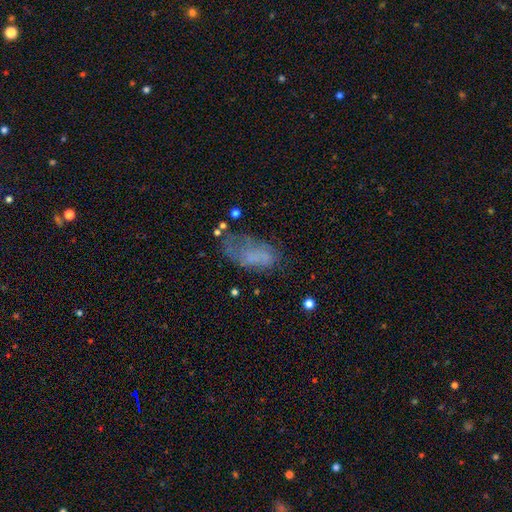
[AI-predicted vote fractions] A smooth galaxy with no disk features (51%) that is in between round and cigar-shaped (89%).

Vote fractions:
- Smooth or featured? smooth: 51% / featured or disk: 34% / star or artifact: 15%
- How rounded? in between: 89% / cigar-shaped: 6% / round: 5%
- Merging? none: 36% / major disturbance: 31% / minor disturbance: 27% / merger: 6%